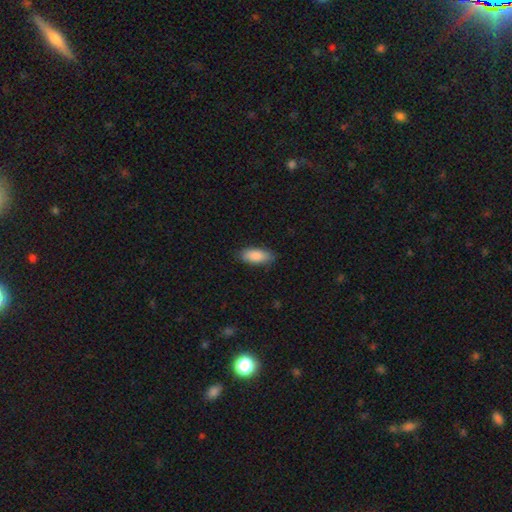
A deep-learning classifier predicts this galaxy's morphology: A smooth galaxy with no disk features (88%) that is in between round and cigar-shaped (84%).

Vote fractions:
- Smooth or featured? smooth: 88% / featured or disk: 6% / star or artifact: 6%
- How rounded? in between: 84% / cigar-shaped: 13% / round: 2%
- Merging? none: 84% / minor disturbance: 13% / major disturbance: 2% / merger: 1%